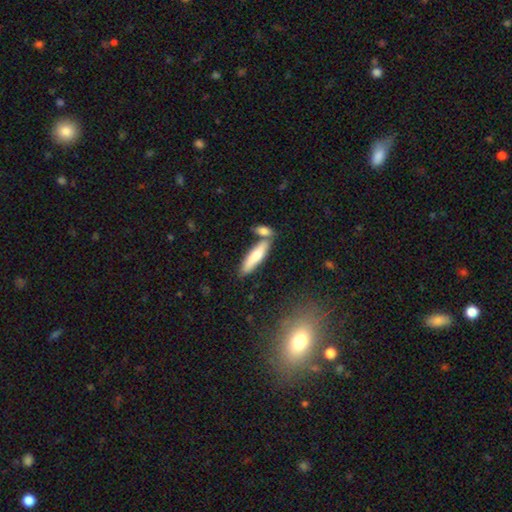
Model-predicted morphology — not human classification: Overall: smooth (75%). How rounded: cigar-shaped (69%; in between 29%). Merging: none (60%; merger 23%).